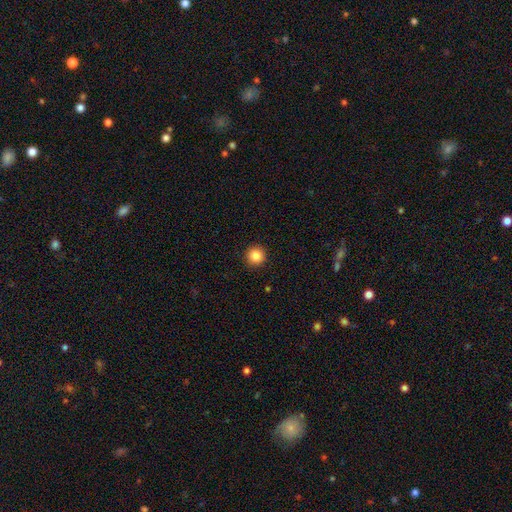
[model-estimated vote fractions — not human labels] smooth 86%, star or artifact 10%, featured or disk 4%. Down the decision tree: how rounded — round (95%); merging — none (92%).